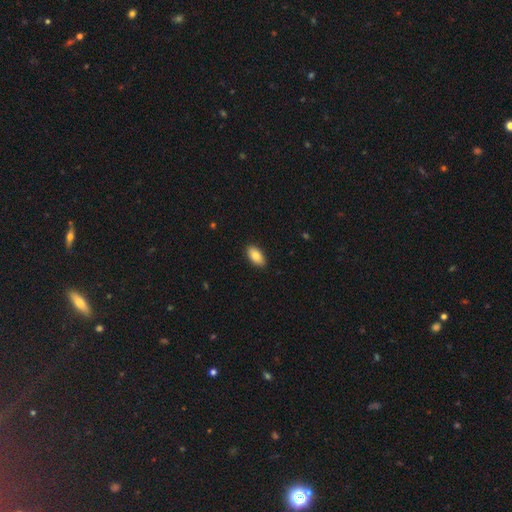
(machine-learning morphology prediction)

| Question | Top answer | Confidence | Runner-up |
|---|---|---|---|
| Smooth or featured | smooth | 84% | featured or disk (9%) |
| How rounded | in between | 93% | cigar-shaped (4%) |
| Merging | none | 89% | minor disturbance (8%) |